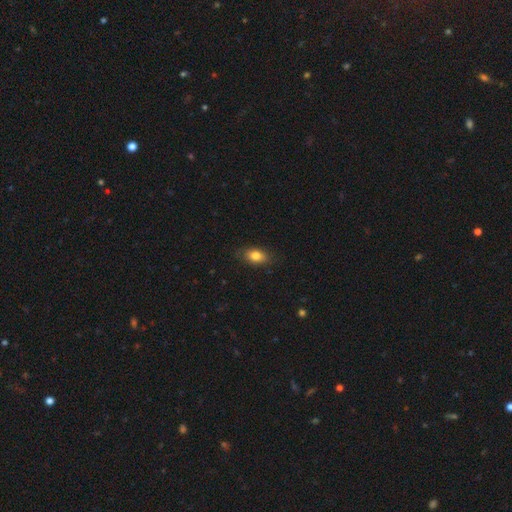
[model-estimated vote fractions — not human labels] A smooth galaxy with no disk features (82%) that is in between round and cigar-shaped (86%).

Vote fractions:
- Smooth or featured? smooth: 82% / featured or disk: 10% / star or artifact: 8%
- How rounded? in between: 86% / round: 10% / cigar-shaped: 4%
- Merging? none: 82% / minor disturbance: 15% / major disturbance: 3% / merger: 1%